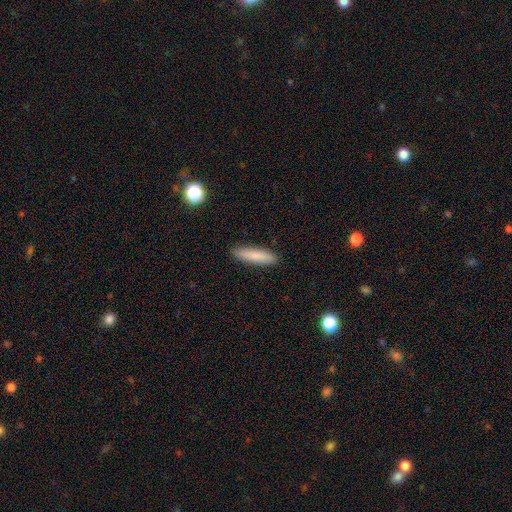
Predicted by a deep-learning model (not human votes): Q: Smooth or featured?
A: smooth (84%); runner-up: featured or disk (10%)
Q: How rounded?
A: cigar-shaped (78%); runner-up: in between (20%)
Q: Merging?
A: none (90%); runner-up: minor disturbance (8%)